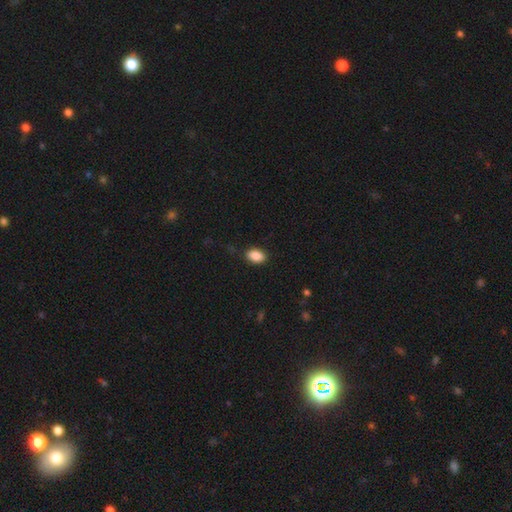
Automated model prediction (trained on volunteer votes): This is clearly a smooth galaxy (88%). How rounded: clearly in between (89%). Merging: clearly none (85%).